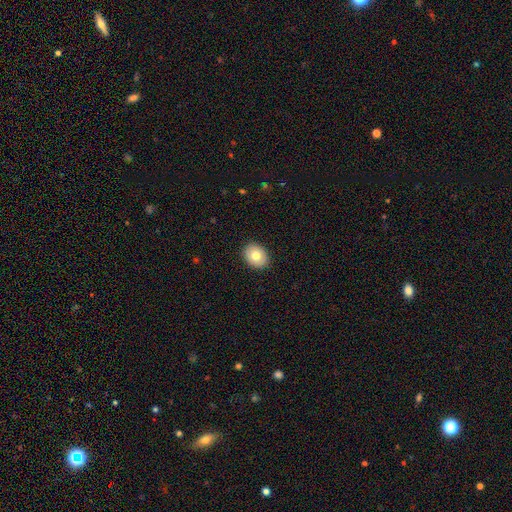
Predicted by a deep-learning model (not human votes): Smooth or featured?
  - smooth: 75% *
  - featured or disk: 17%
  - star or artifact: 8%
How rounded?
  - in between: 58% *
  - round: 41%
  - cigar-shaped: 1%
Merging?
  - none: 90% *
  - minor disturbance: 7%
  - major disturbance: 2%
  - merger: 1%